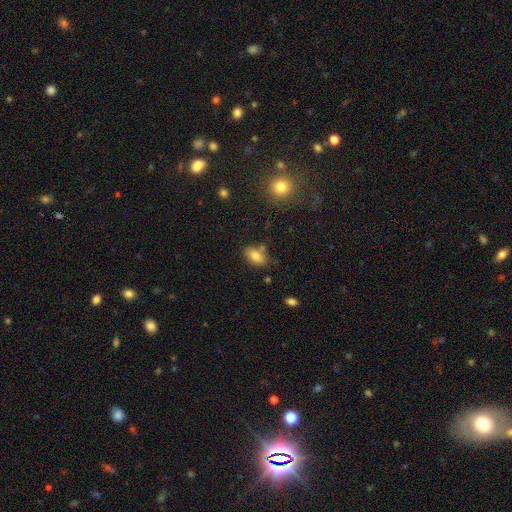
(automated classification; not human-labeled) Overall: smooth (79%). How rounded: in between (85%). Merging: none (71%).